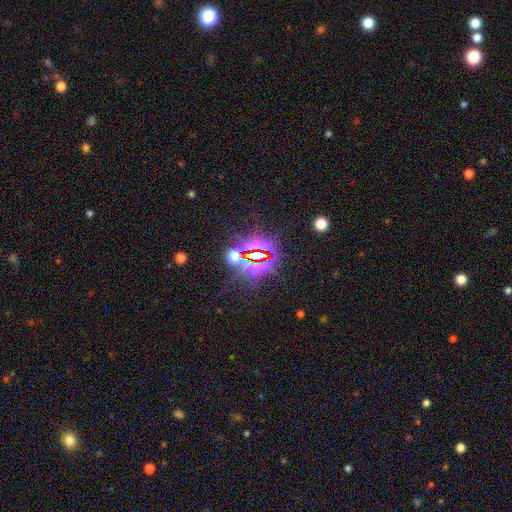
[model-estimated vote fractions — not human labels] Smooth or featured: star or artifact — 82% (smooth — 10%)